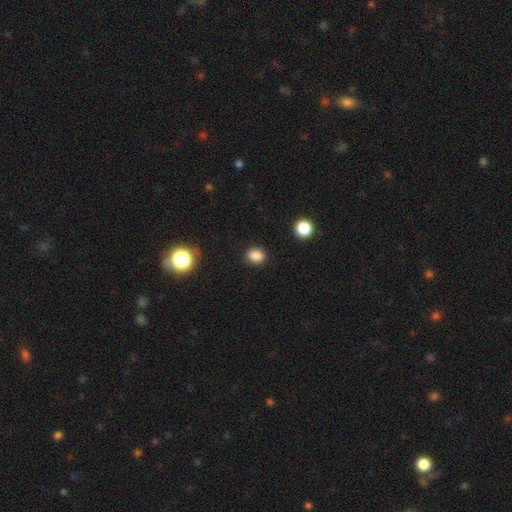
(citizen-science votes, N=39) This appears to be a smooth galaxy with no disk features (95%) that is round (62%). Merging: none (92%).